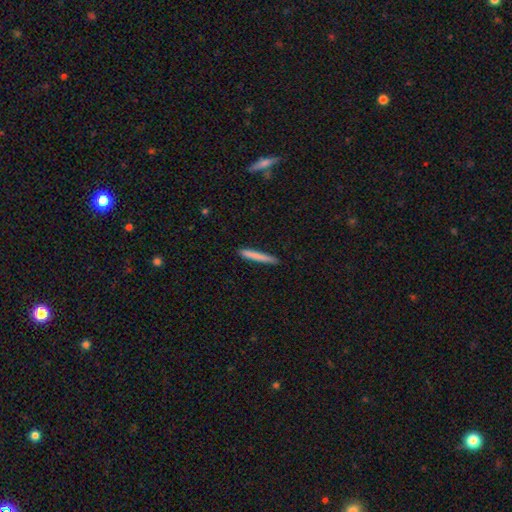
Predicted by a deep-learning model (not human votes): Smooth or featured?
  - smooth: 78% *
  - featured or disk: 16%
  - star or artifact: 6%
How rounded?
  - cigar-shaped: 96% *
  - in between: 3%
  - round: 1%
Merging?
  - none: 90% *
  - minor disturbance: 7%
  - major disturbance: 1%
  - merger: 1%